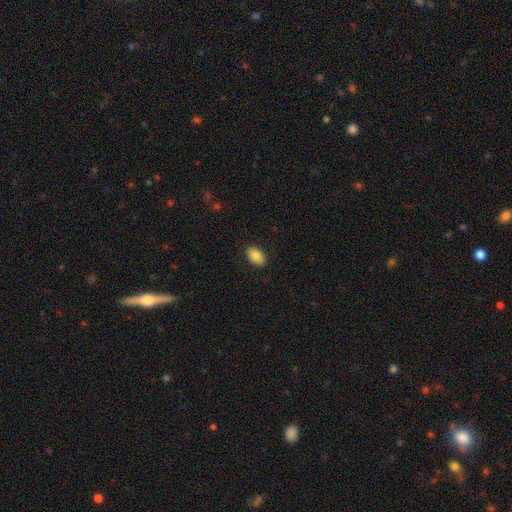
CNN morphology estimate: The model was most divided on "smooth or featured": smooth: 84%, featured or disk: 9%, star or artifact: 7%. More confident: how rounded — in between (90%); merging — none (88%).